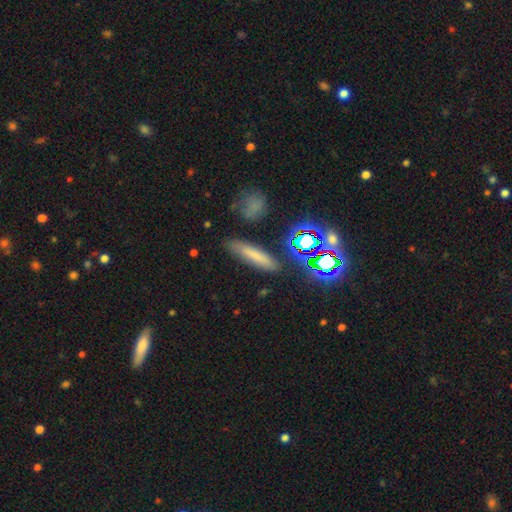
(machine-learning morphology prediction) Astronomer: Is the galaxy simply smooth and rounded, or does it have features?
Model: smooth — 67%.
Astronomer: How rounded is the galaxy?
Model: cigar-shaped — 78%.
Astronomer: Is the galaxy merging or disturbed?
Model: none — 81%.